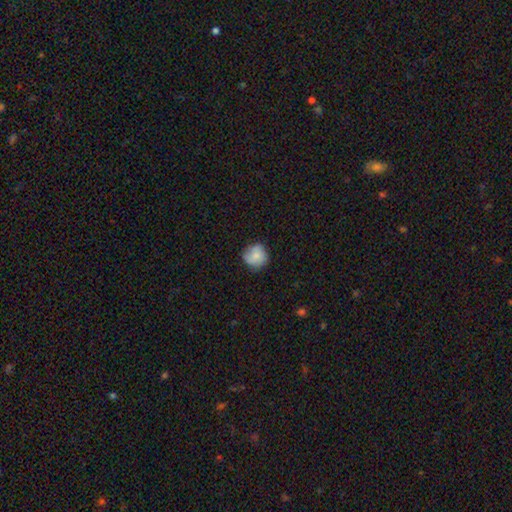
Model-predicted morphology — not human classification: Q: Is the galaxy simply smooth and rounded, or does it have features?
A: smooth — 75%.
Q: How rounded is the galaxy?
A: round — 91%.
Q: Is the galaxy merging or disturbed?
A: none — 76%.